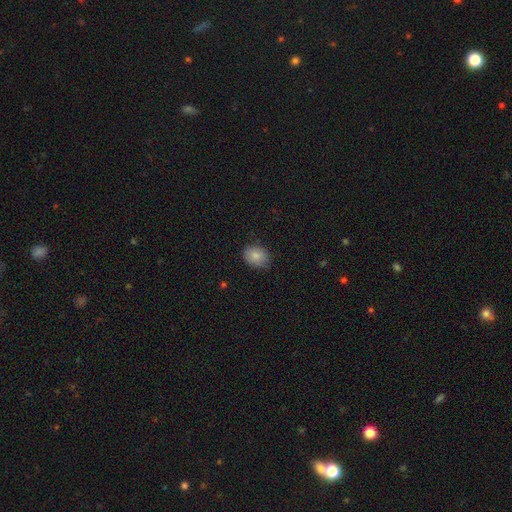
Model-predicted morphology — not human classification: This is clearly a smooth galaxy (85%). How rounded: possibly in between (56%). Merging: clearly none (81%).